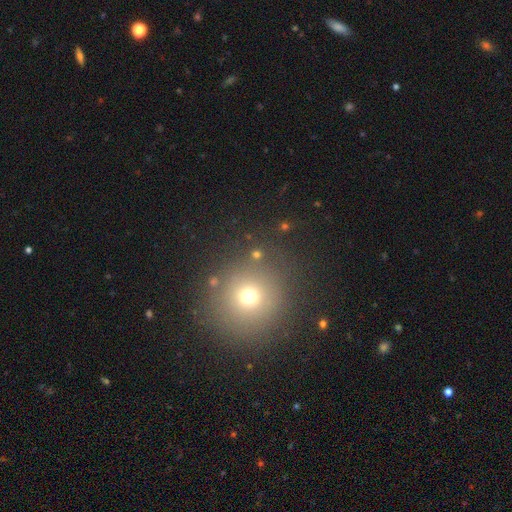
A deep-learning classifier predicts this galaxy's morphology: smooth_or_featured: smooth (p=0.66) [alt: star or artifact p=0.24]
how_rounded: round (p=0.93) [alt: in between p=0.06]
merging: none (p=0.84) [alt: minor disturbance p=0.08]